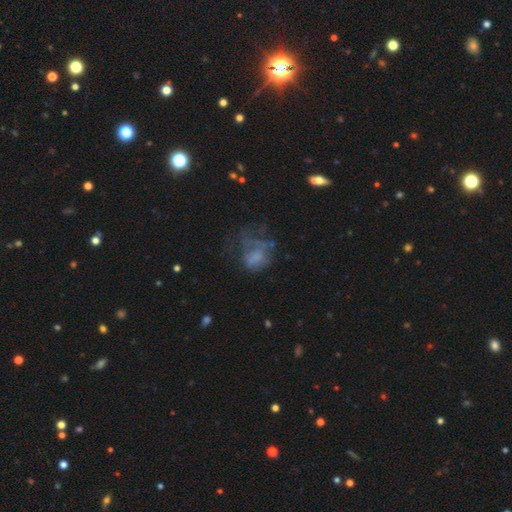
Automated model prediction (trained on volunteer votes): Smooth or featured?
  - smooth: 43% *
  - featured or disk: 40%
  - star or artifact: 17%
Merging?
  - major disturbance: 47% *
  - none: 28%
  - minor disturbance: 20%
  - merger: 5%